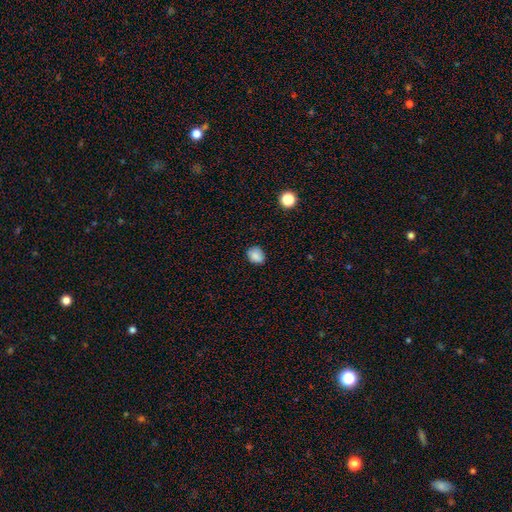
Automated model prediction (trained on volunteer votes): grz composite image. It shows a smooth galaxy with no disk features (85%) that is round (53%). Merging: none (81%).